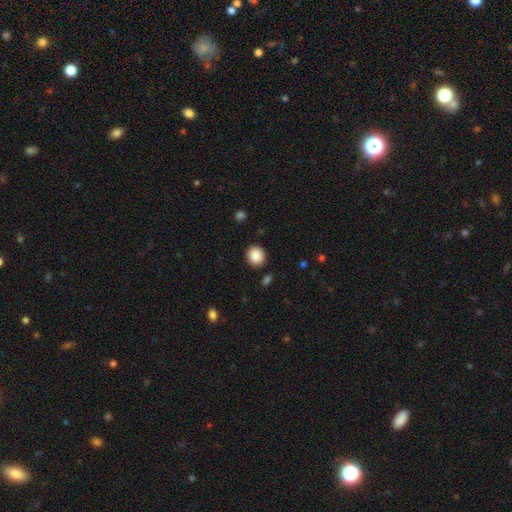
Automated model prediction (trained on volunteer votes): smooth 88%, star or artifact 8%, featured or disk 3%. Down the decision tree: how rounded — round (83%); merging — none (89%).